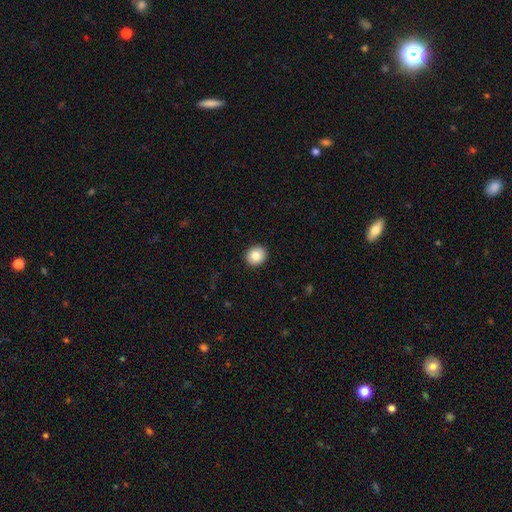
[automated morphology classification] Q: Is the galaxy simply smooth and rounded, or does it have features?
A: smooth — 84%.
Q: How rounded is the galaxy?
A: round — 80%.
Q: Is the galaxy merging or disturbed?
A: none — 92%.